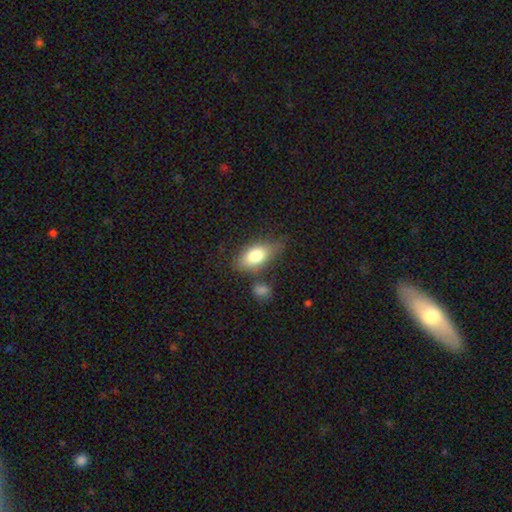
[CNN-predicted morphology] This appears to be a smooth galaxy with no disk features (76%) that is in between round and cigar-shaped (88%). Merging: none (61%).